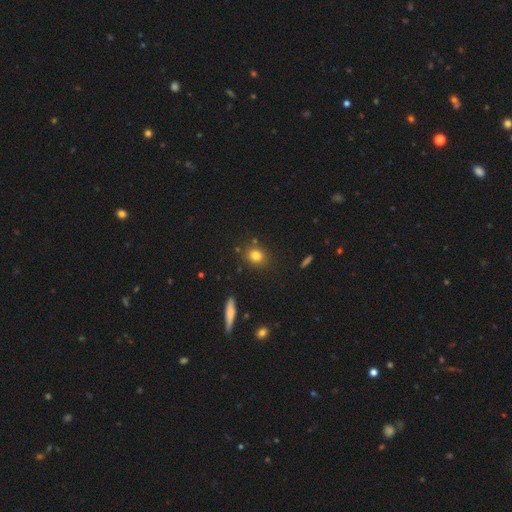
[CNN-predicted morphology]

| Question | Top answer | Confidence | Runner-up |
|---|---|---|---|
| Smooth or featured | smooth | 81% | star or artifact (12%) |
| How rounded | round | 66% | in between (32%) |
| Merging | none | 84% | minor disturbance (10%) |